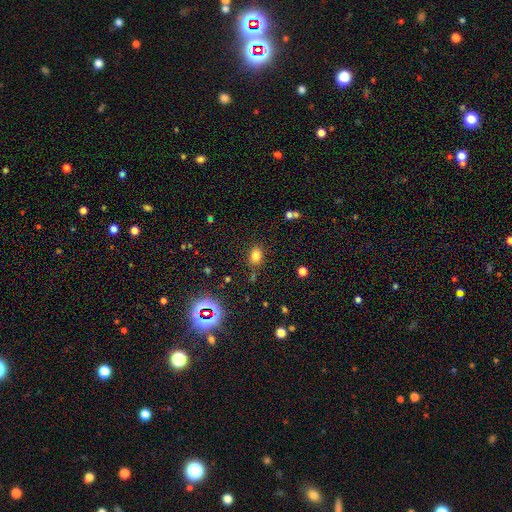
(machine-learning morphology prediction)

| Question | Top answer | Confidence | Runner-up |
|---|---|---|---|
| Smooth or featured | smooth | 76% | star or artifact (17%) |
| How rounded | in between | 67% | round (32%) |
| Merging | none | 80% | minor disturbance (12%) |